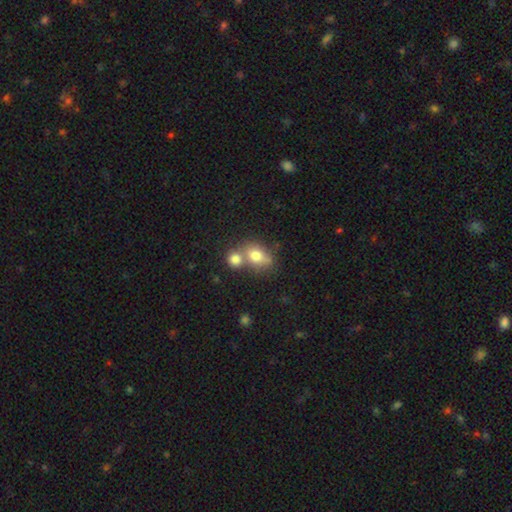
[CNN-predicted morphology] Smooth or featured? smooth (76%)
How rounded? in between (59%)
Merging? merger (50%)